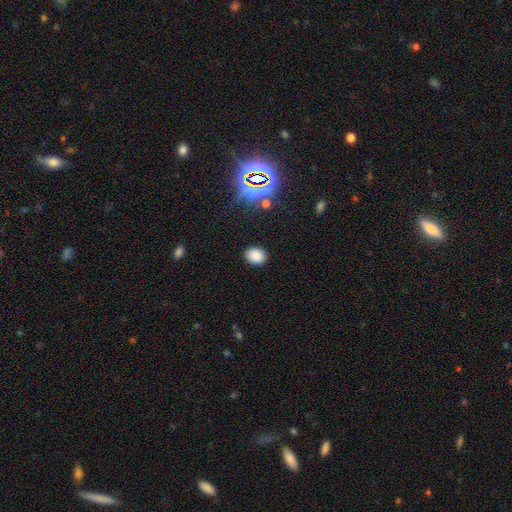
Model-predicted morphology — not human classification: Overall: smooth (83%). How rounded: in between (59%; round 40%). Merging: none (88%).